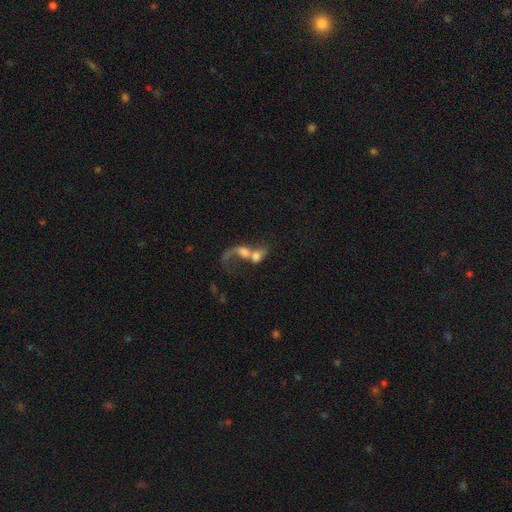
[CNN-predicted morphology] This appears to be a featured or disk galaxy (46%). Merging: merger (74%).